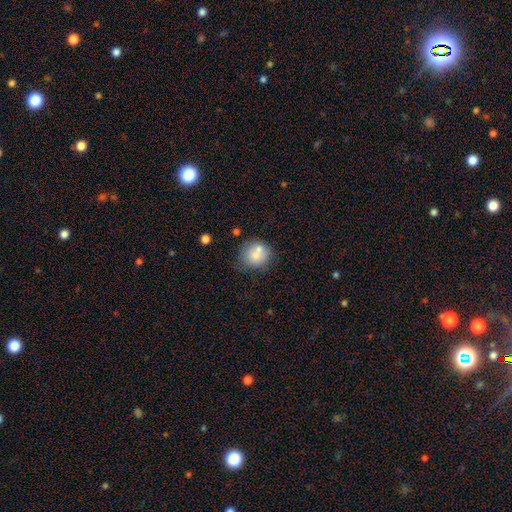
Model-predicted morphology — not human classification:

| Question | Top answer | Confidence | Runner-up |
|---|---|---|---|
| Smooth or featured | smooth | 74% | featured or disk (17%) |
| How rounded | round | 81% | in between (18%) |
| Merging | none | 51% | merger (26%) |